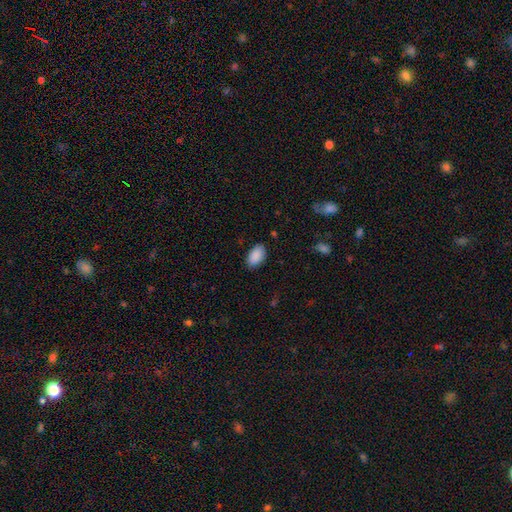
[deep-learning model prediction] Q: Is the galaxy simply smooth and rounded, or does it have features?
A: smooth — 90%.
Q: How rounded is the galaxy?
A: in between — 94%.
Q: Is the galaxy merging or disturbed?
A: none — 85%.